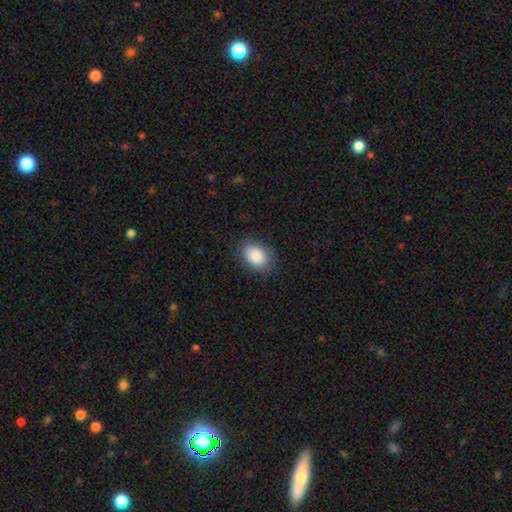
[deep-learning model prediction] smooth-or-featured: smooth: 87% | star or artifact: 7% | featured or disk: 5%
  how-rounded: in between: 73% | round: 26% | cigar-shaped: 1%
  merging: none: 85% | minor disturbance: 11% | major disturbance: 3% | merger: 1%